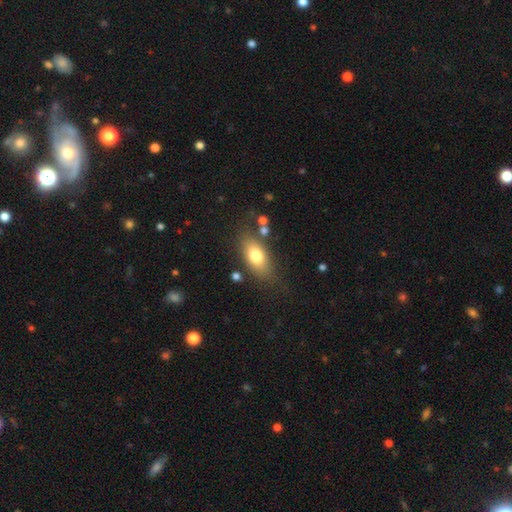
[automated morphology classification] Smooth or featured? smooth (74%)
How rounded? in between (84%)
Merging? none (74%)